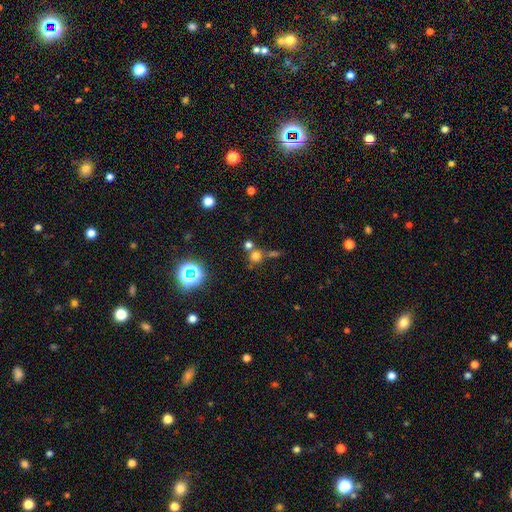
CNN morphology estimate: Smooth or featured?
  - smooth: 63% *
  - star or artifact: 27%
  - featured or disk: 10%
How rounded?
  - round: 89% *
  - in between: 9%
  - cigar-shaped: 1%
Merging?
  - none: 58% *
  - merger: 29%
  - minor disturbance: 8%
  - major disturbance: 5%